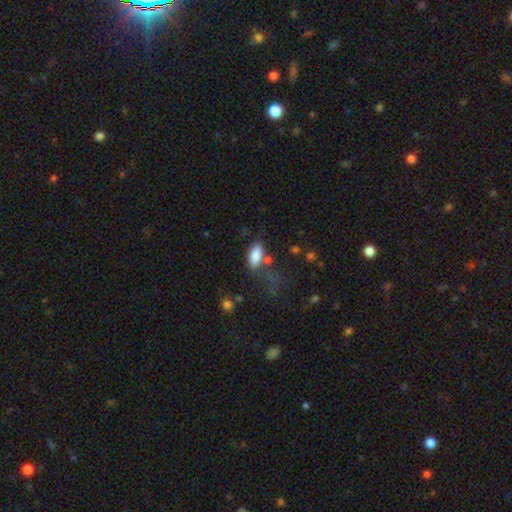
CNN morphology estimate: smooth 84%, featured or disk 9%, star or artifact 7%. Down the decision tree: how rounded — in between (88%); merging — none (60%).